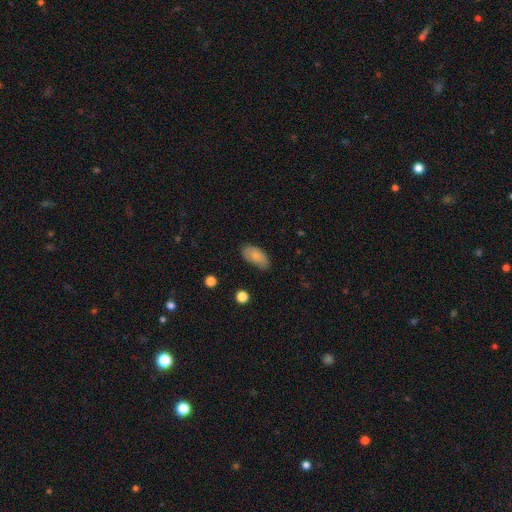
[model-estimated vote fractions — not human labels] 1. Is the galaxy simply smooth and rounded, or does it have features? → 80% smooth, 13% featured or disk, 7% star or artifact.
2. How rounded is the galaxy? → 93% in between, 4% cigar-shaped, 3% round.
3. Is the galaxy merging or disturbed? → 69% none, 25% minor disturbance, 5% major disturbance, 1% merger.